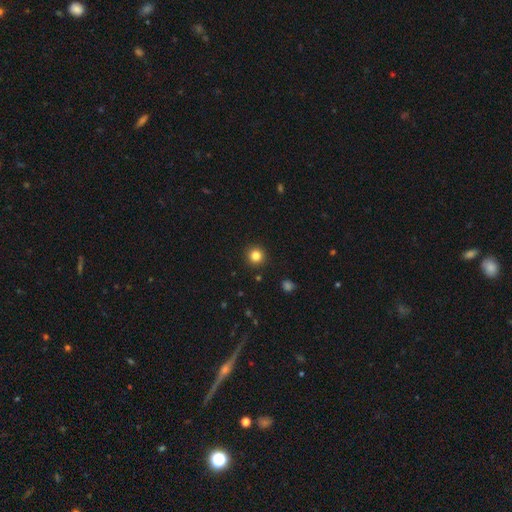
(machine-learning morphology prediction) Smooth or featured? smooth (83%)
How rounded? round (94%)
Merging? none (92%)